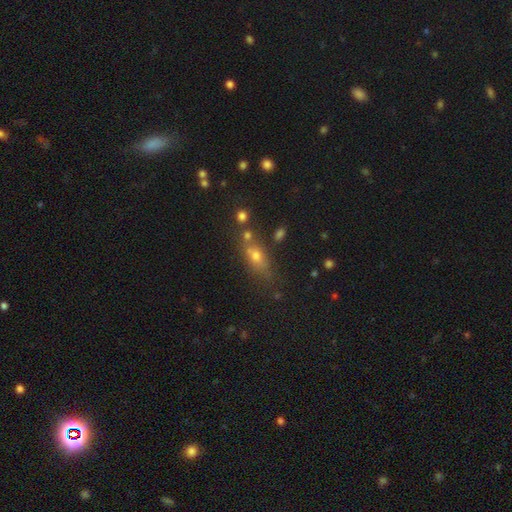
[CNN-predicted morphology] This appears to be a smooth galaxy with no disk features (60%) that is in between round and cigar-shaped (60%). Merging: none (58%).